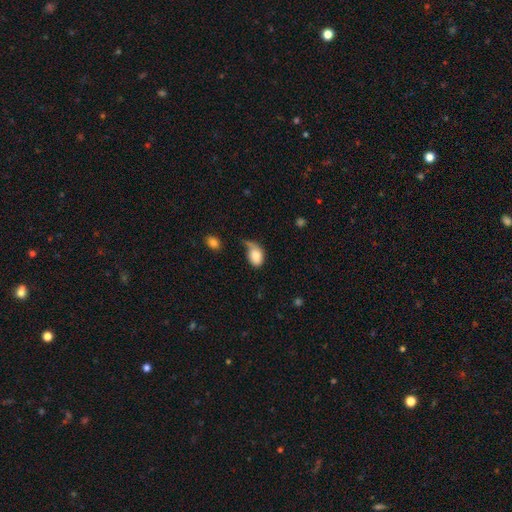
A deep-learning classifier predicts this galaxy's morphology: Smooth or featured: smooth — 81% (featured or disk — 11%)
How rounded: in between — 82% (round — 17%)
Merging: minor disturbance — 32% (major disturbance — 31%)